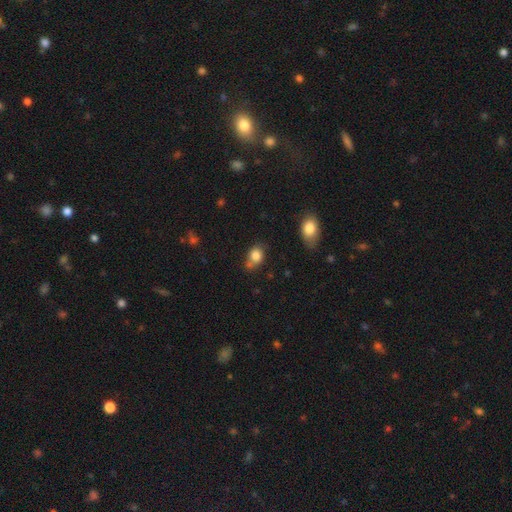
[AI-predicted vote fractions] Morphology: type=smooth (82%); roundness=in between (55%); merging=none (50%).